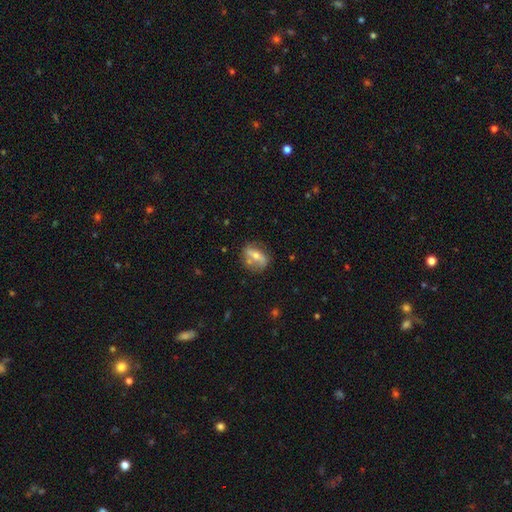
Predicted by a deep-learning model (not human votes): featured or disk 54%, smooth 38%, star or artifact 8%. Down the decision tree: edge-on disk — no (77%); merging — none (65%).